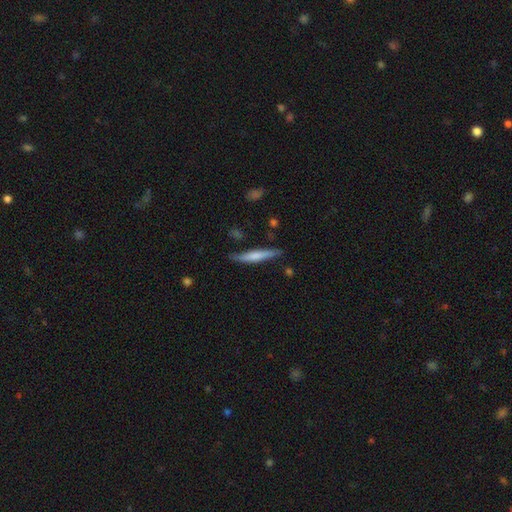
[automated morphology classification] smooth-or-featured: smooth: 58% | featured or disk: 36% | star or artifact: 5%
  how-rounded: cigar-shaped: 93% | in between: 6% | round: 1%
  merging: none: 80% | minor disturbance: 15% | major disturbance: 3% | merger: 2%